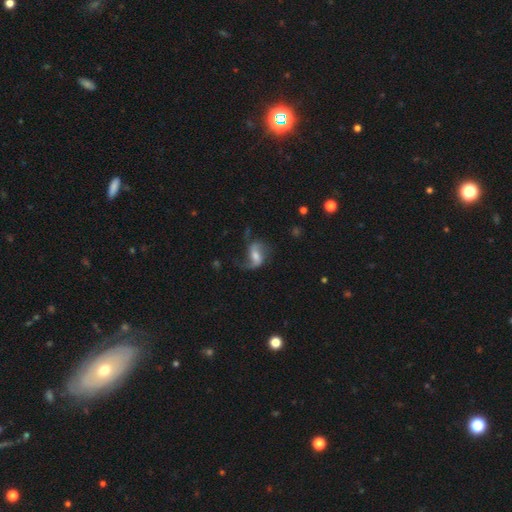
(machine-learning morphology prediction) Q: Smooth or featured?
A: featured or disk (74%); runner-up: smooth (19%)
Q: Edge-on disk?
A: no (97%); runner-up: yes (3%)
Q: Bar?
A: weak (47%); runner-up: no (28%)
Q: Spiral arms?
A: yes (92%); runner-up: no (8%)
Q: Spiral winding?
A: loose (66%); runner-up: medium (28%)
Q: Spiral arm count?
A: 2 (82%); runner-up: 1 (9%)
Q: Bulge size?
A: moderate (45%); runner-up: small (33%)
Q: Merging?
A: none (52%); runner-up: major disturbance (24%)